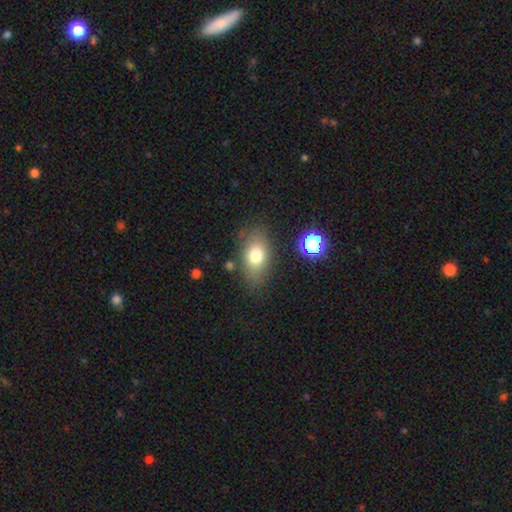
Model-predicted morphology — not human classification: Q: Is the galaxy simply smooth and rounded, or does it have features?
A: smooth — 75%.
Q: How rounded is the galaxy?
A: in between — 84%.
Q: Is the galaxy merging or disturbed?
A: none — 77%.